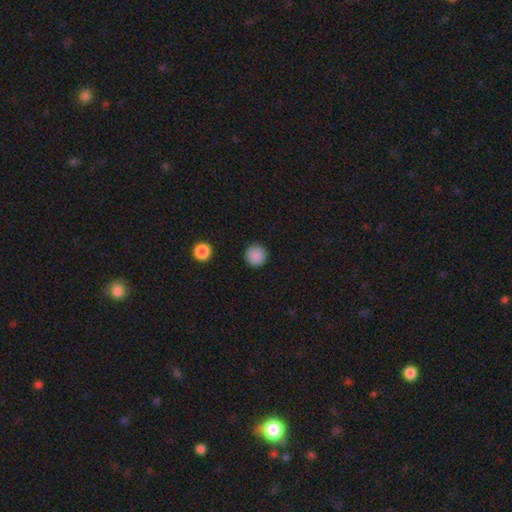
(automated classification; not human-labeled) Overall: smooth (87%). How rounded: round (96%). Merging: none (91%).